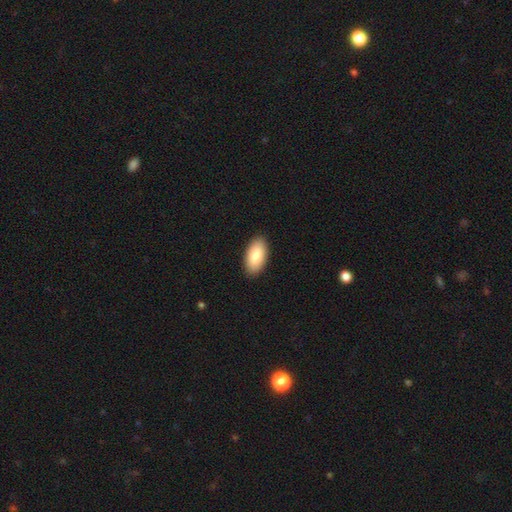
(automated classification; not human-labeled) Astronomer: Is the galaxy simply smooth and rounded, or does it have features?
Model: smooth — 85%.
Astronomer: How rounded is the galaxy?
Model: in between — 95%.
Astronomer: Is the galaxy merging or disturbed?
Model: none — 90%.